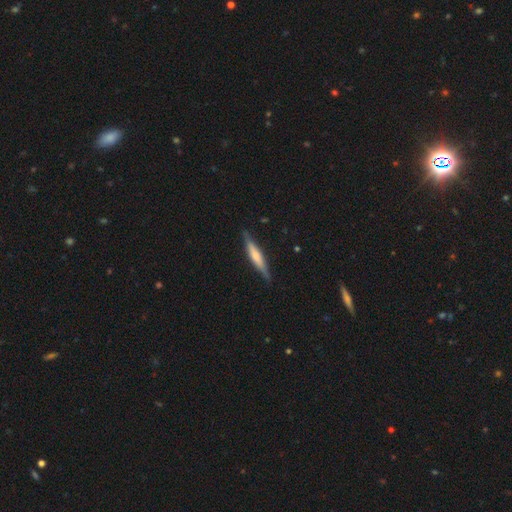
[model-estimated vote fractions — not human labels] Smooth or featured: featured or disk — 48% (smooth — 46%)
Merging: none — 85% (minor disturbance — 12%)